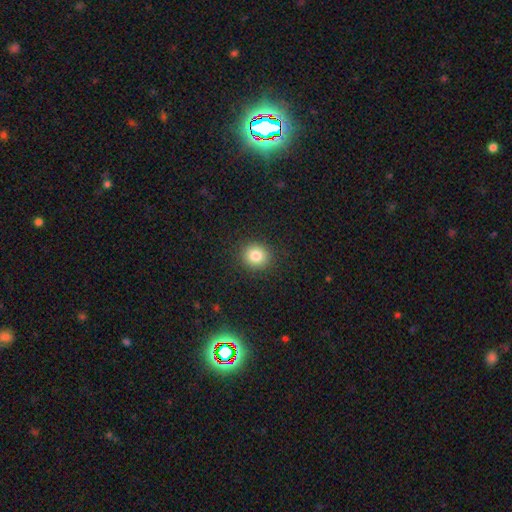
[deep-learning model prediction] Morphology: type=smooth (83%); roundness=round (85%); merging=none (91%).